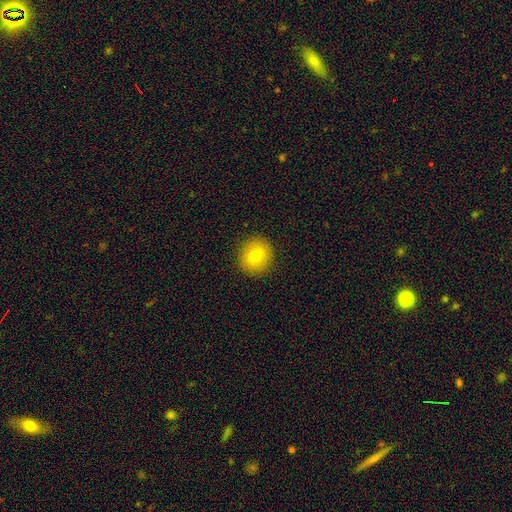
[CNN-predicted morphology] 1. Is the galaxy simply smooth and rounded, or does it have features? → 72% smooth, 19% featured or disk, 10% star or artifact.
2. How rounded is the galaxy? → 85% round, 14% in between, 1% cigar-shaped.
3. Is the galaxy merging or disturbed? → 90% none, 7% minor disturbance, 2% major disturbance, 1% merger.